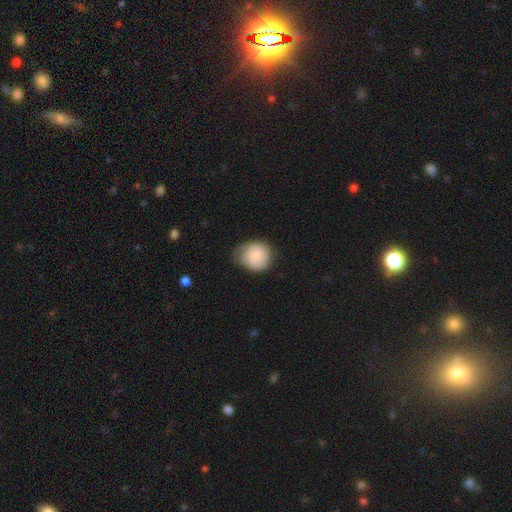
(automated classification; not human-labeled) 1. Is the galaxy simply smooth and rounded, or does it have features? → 54% smooth, 39% featured or disk, 7% star or artifact.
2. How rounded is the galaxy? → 71% round, 28% in between, 1% cigar-shaped.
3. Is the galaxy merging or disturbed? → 64% none, 26% minor disturbance, 9% major disturbance, 1% merger.